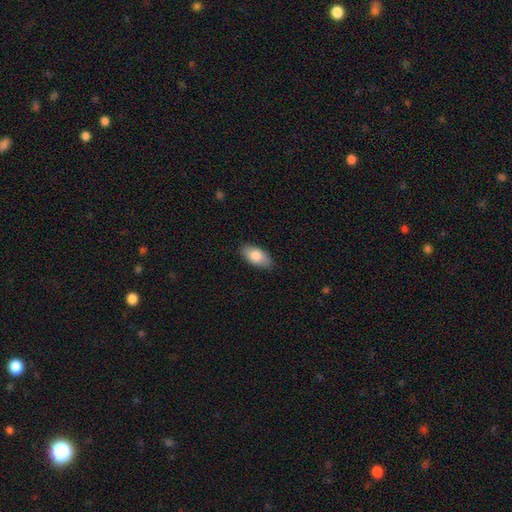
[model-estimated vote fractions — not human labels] Morphology: type=smooth (82%); roundness=in between (93%); merging=none (87%).